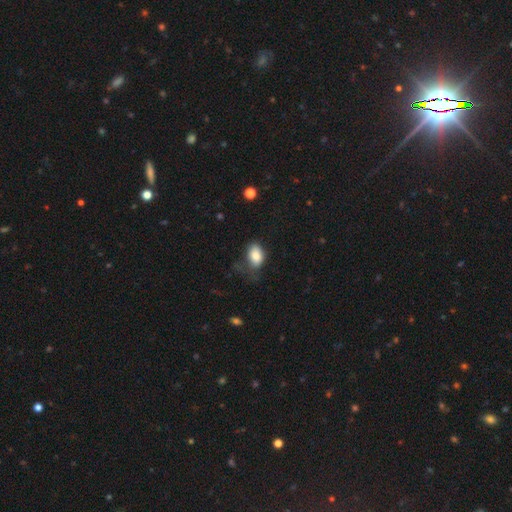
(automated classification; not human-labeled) smooth 82%, featured or disk 9%, star or artifact 8%. Down the decision tree: how rounded — in between (86%); merging — none (44%).